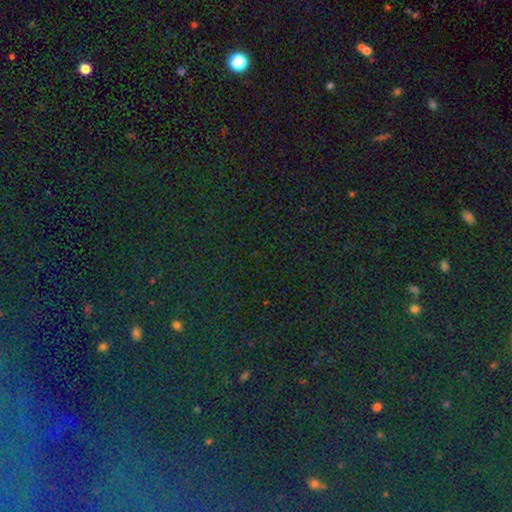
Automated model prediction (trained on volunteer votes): star or artifact 82%, smooth 10%, featured or disk 7%.